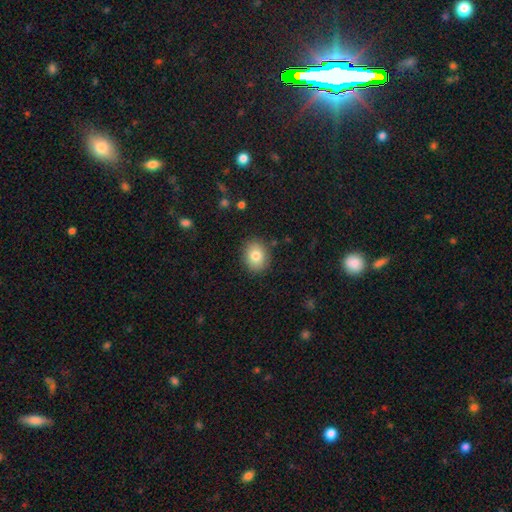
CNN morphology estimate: A smooth galaxy with no disk features (81%) that is round (54%).

Vote fractions:
- Smooth or featured? smooth: 81% / featured or disk: 10% / star or artifact: 9%
- How rounded? round: 54% / in between: 45% / cigar-shaped: 1%
- Merging? none: 87% / minor disturbance: 9% / major disturbance: 2% / merger: 1%